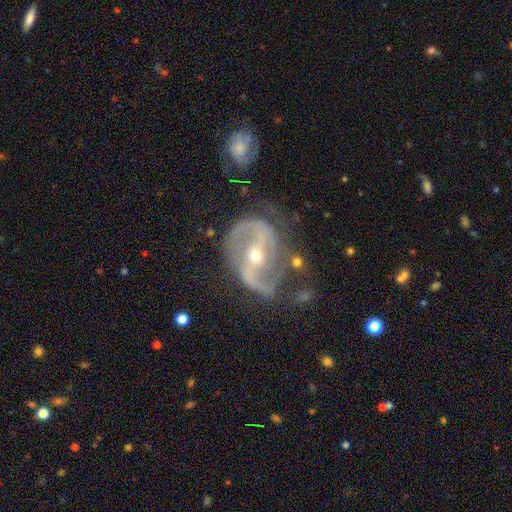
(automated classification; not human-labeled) Q: Smooth or featured?
A: featured or disk (87%); runner-up: star or artifact (6%)
Q: Edge-on disk?
A: no (96%); runner-up: yes (4%)
Q: Bar?
A: strong (53%); runner-up: weak (28%)
Q: Spiral arms?
A: yes (92%); runner-up: no (8%)
Q: Spiral winding?
A: medium (48%); runner-up: loose (33%)
Q: Spiral arm count?
A: 2 (86%); runner-up: can't tell (5%)
Q: Bulge size?
A: small (56%); runner-up: moderate (41%)
Q: Merging?
A: none (59%); runner-up: minor disturbance (21%)